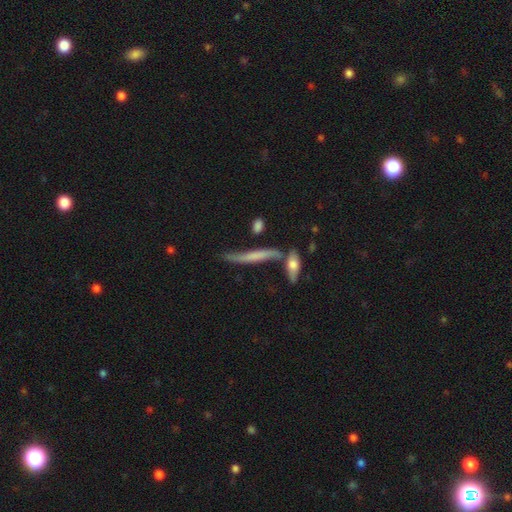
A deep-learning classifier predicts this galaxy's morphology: Smooth or featured? featured or disk (49%)
Merging? none (55%)